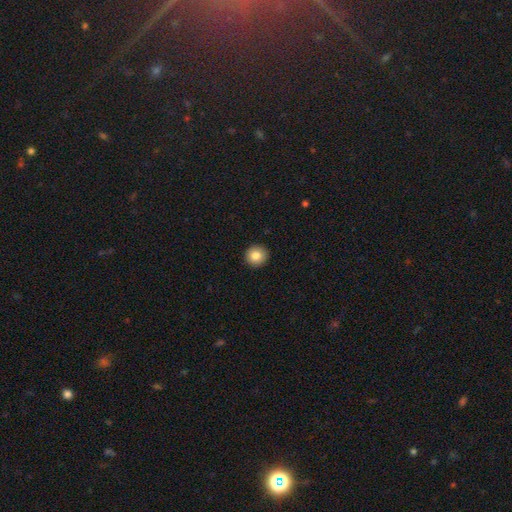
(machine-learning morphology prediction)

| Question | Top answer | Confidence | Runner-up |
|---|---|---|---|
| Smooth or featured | smooth | 84% | star or artifact (9%) |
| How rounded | round | 94% | in between (5%) |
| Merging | none | 93% | minor disturbance (4%) |